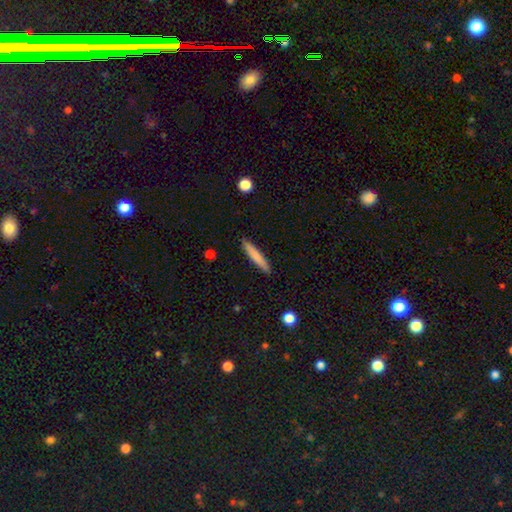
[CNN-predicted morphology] smooth-or-featured: smooth: 77% | featured or disk: 17% | star or artifact: 6%
  how-rounded: cigar-shaped: 92% | in between: 6% | round: 1%
  merging: none: 88% | minor disturbance: 9% | major disturbance: 2% | merger: 1%